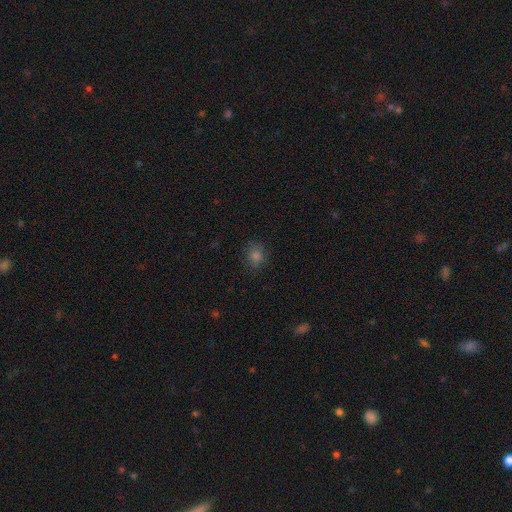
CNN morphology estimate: Overall: smooth (76%). How rounded: round (70%). Merging: none (84%).